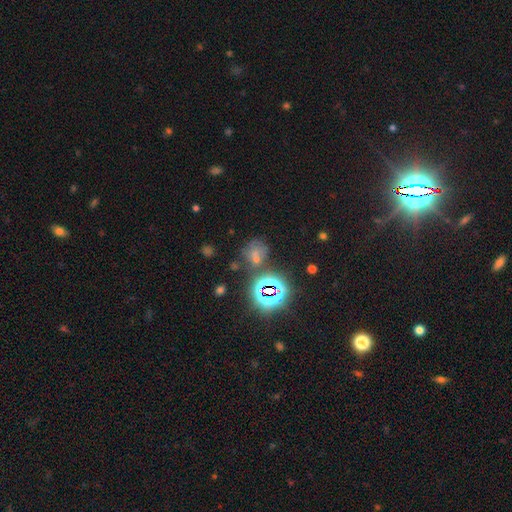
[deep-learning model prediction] Smooth or featured?
  - smooth: 45% *
  - star or artifact: 40%
  - featured or disk: 14%
Merging?
  - none: 48% *
  - merger: 24%
  - minor disturbance: 17%
  - major disturbance: 12%